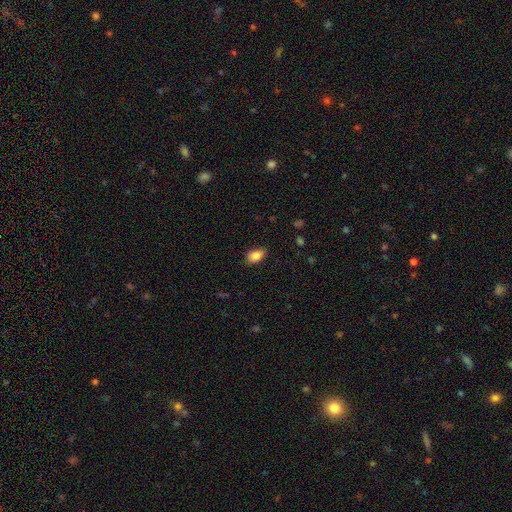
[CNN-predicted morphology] This is clearly a smooth galaxy (86%). How rounded: clearly in between (89%). Merging: clearly none (82%).